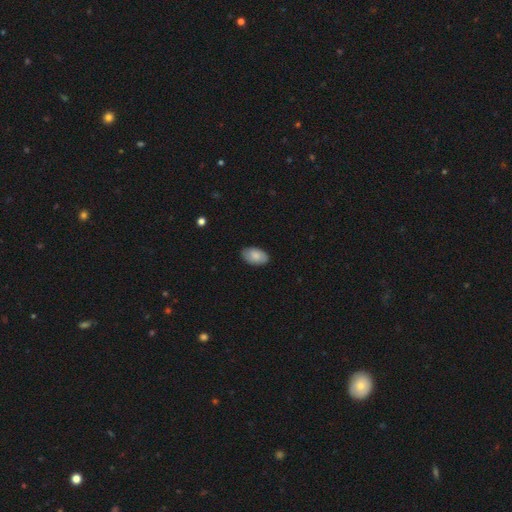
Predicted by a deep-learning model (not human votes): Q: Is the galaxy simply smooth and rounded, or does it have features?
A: smooth — 83%.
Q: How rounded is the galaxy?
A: in between — 94%.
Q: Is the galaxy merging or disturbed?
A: none — 85%.